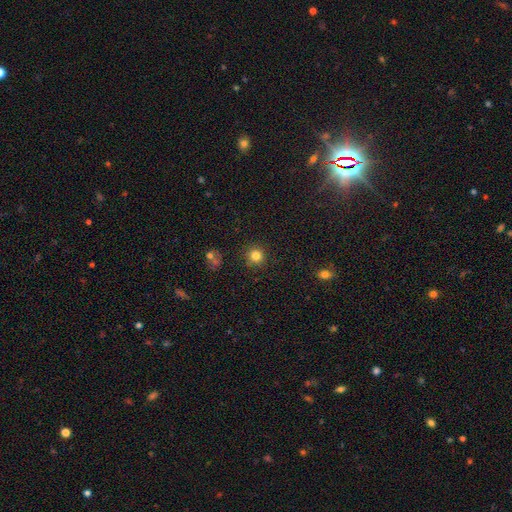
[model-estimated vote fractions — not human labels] A smooth galaxy with no disk features (82%) that is round (94%). Merging: none (89%).